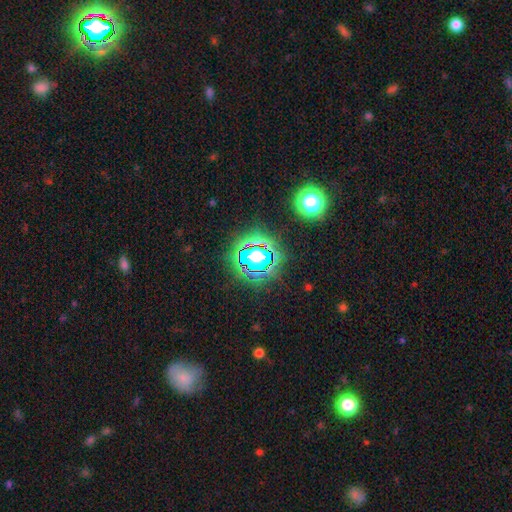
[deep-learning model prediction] A star or artifact, not a galaxy (65%).